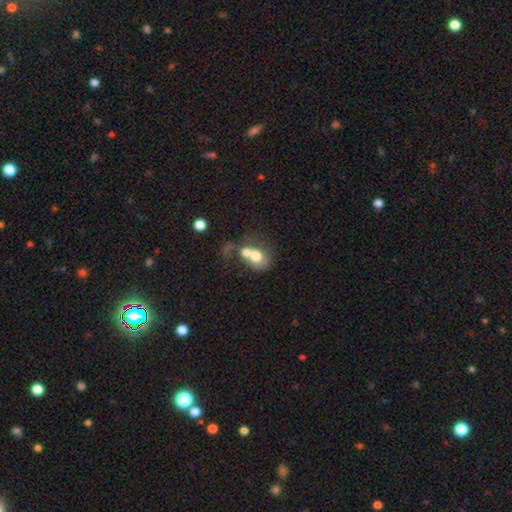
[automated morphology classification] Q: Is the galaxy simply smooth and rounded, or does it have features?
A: smooth — 64%.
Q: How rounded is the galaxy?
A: round — 56%.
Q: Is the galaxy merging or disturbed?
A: merger — 69%.